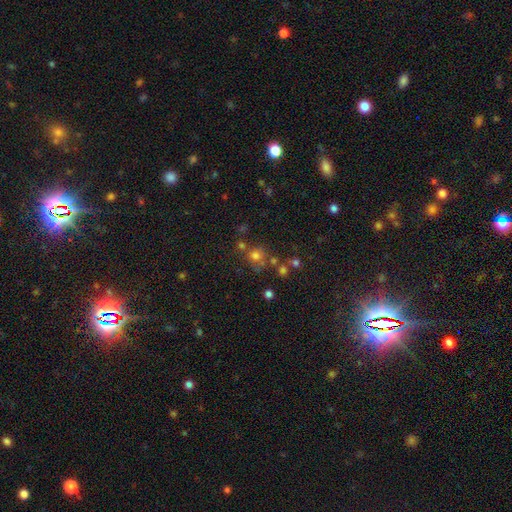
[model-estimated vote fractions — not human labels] Smooth or featured?
  - smooth: 68% *
  - star or artifact: 20%
  - featured or disk: 11%
How rounded?
  - round: 85% *
  - in between: 14%
  - cigar-shaped: 1%
Merging?
  - none: 59% *
  - merger: 21%
  - minor disturbance: 13%
  - major disturbance: 7%